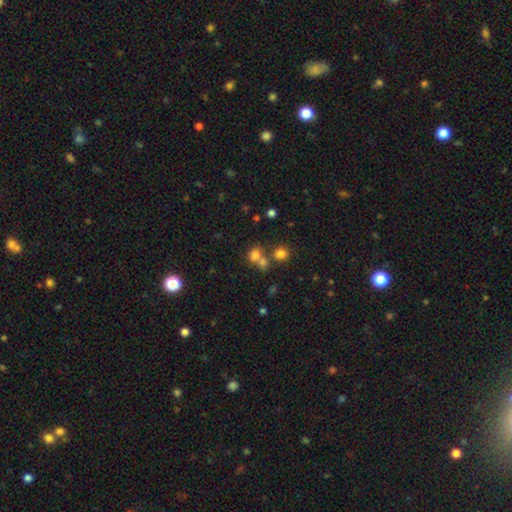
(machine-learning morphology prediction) Q: Smooth or featured?
A: smooth (71%); runner-up: star or artifact (18%)
Q: How rounded?
A: round (66%); runner-up: in between (32%)
Q: Merging?
A: merger (44%); runner-up: none (42%)